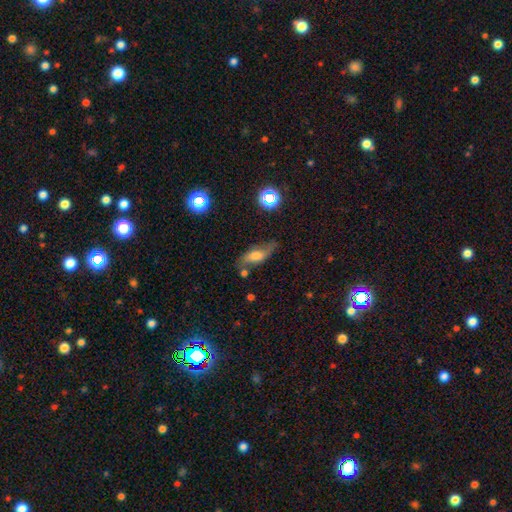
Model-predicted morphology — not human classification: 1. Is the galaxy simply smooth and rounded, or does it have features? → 44% featured or disk (tied), 44% smooth (tied), 12% star or artifact.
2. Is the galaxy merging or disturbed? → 60% none, 24% minor disturbance, 10% major disturbance, 6% merger.